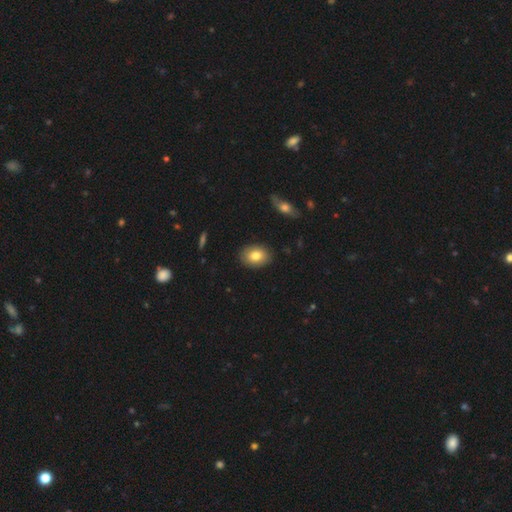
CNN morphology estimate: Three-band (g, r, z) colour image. It shows a smooth galaxy with no disk features (81%) that is in between round and cigar-shaped (74%). Merging: none (88%).